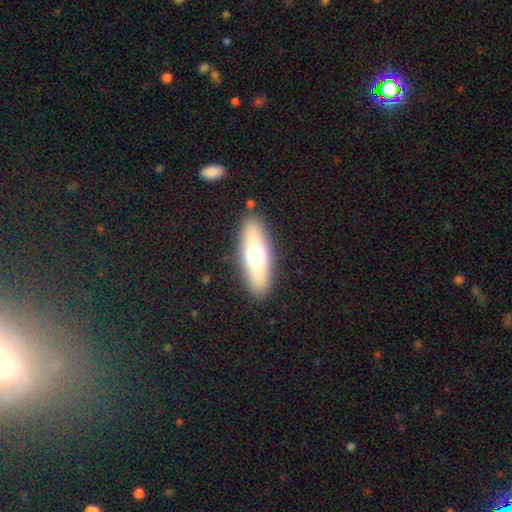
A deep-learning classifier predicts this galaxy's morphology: This appears to be a smooth galaxy with no disk features (60%) that is in between round and cigar-shaped (56%). Merging: none (87%).